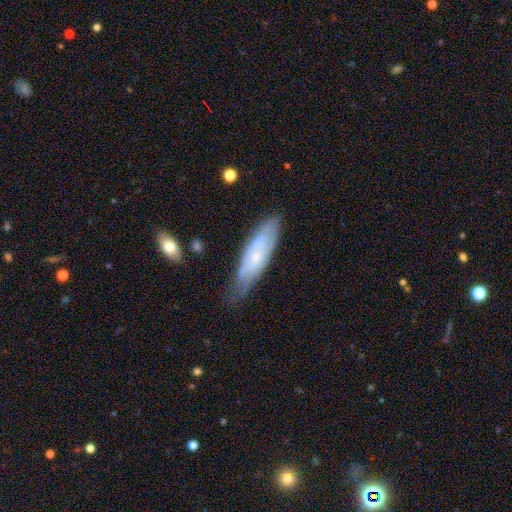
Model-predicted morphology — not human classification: Q: Smooth or featured?
A: featured or disk (51%); runner-up: smooth (42%)
Q: Edge-on disk?
A: no (69%); runner-up: yes (31%)
Q: Merging?
A: none (62%); runner-up: minor disturbance (29%)